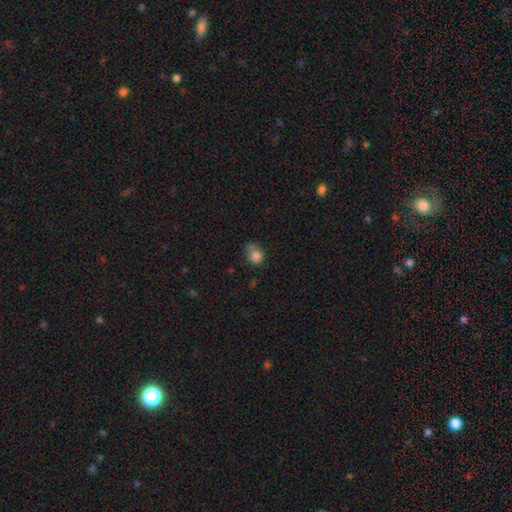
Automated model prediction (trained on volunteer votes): Smooth or featured?
  - smooth: 80% *
  - star or artifact: 11%
  - featured or disk: 9%
How rounded?
  - round: 68% *
  - in between: 31%
  - cigar-shaped: 1%
Merging?
  - none: 40% *
  - minor disturbance: 26%
  - merger: 20%
  - major disturbance: 15%